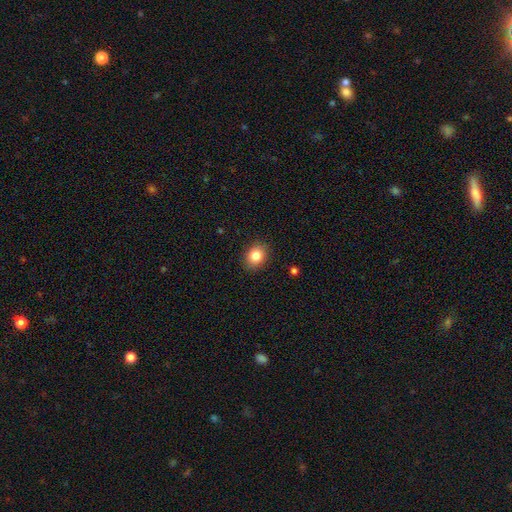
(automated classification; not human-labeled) Morphology: type=smooth (84%); roundness=round (51%); merging=none (89%).